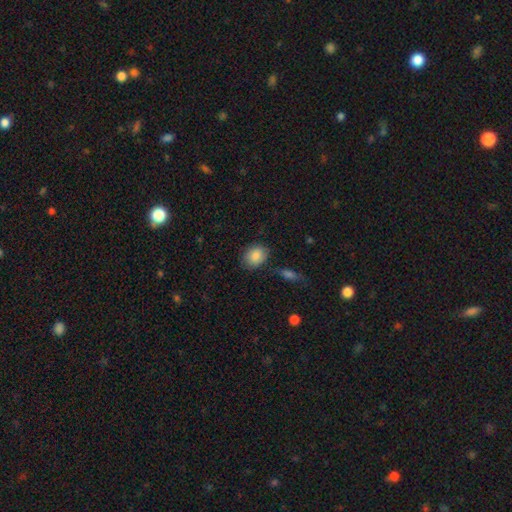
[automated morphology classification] This appears to be a smooth galaxy with no disk features (86%) that is in between round and cigar-shaped (56%). Merging: none (81%).